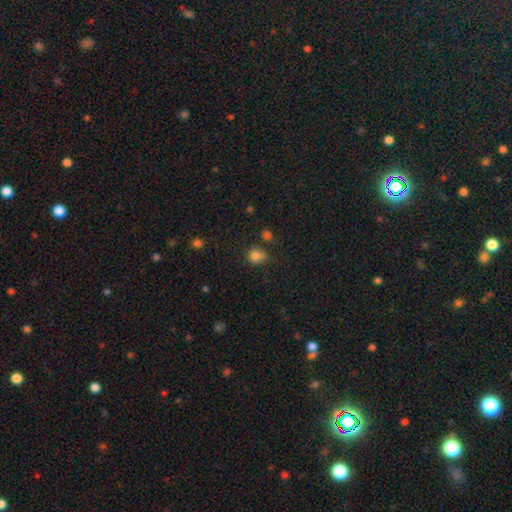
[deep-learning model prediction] A smooth galaxy with no disk features (81%) that is round (67%). Merging: none (60%).